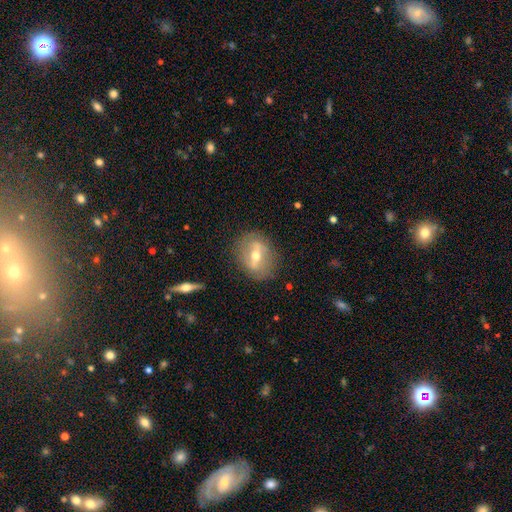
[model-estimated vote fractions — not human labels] Smooth or featured? featured or disk (67%)
Edge-on disk? no (78%)
Bar? strong (60%)
Spiral arms? no (72%)
Bulge size? moderate (68%)
Merging? none (79%)